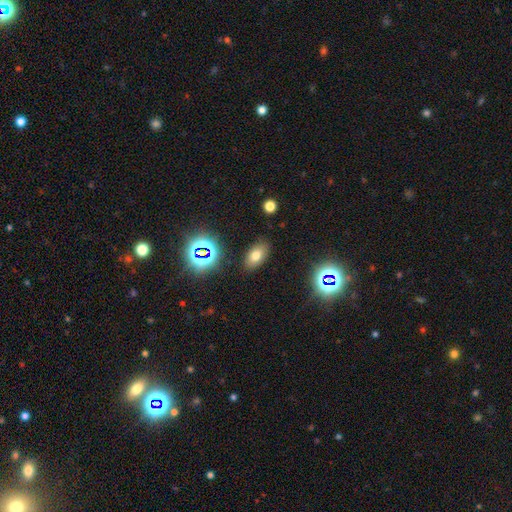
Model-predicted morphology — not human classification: Smooth or featured: smooth — 67% (star or artifact — 21%)
How rounded: in between — 89% (round — 8%)
Merging: none — 85% (minor disturbance — 10%)